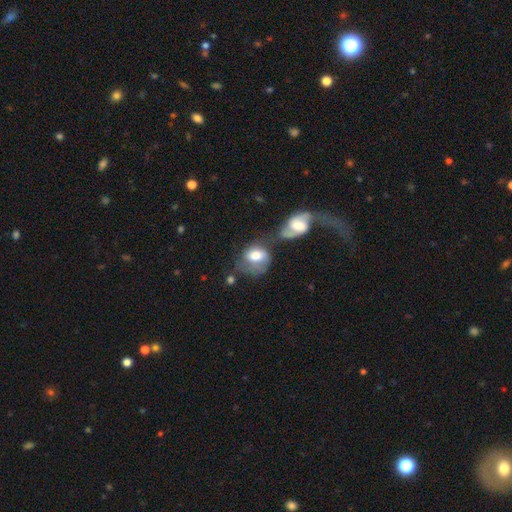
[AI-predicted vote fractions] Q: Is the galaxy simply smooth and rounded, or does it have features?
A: smooth — 58%.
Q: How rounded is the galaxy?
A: in between — 58%.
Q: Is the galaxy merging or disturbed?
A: merger — 41%.